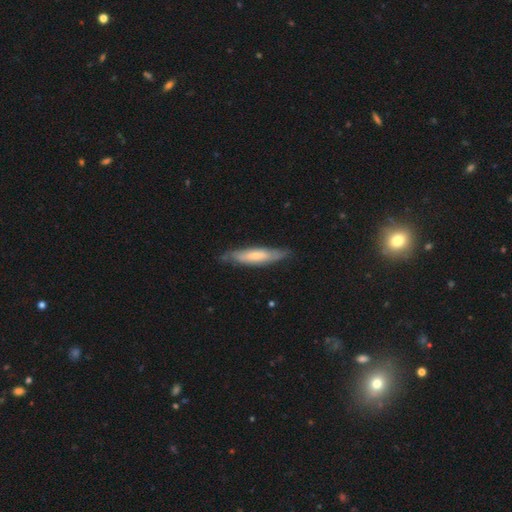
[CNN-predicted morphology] Smooth or featured? Predicted: smooth (p=0.51). How rounded? Predicted: cigar-shaped (p=0.76). Merging? Predicted: none (p=0.77).